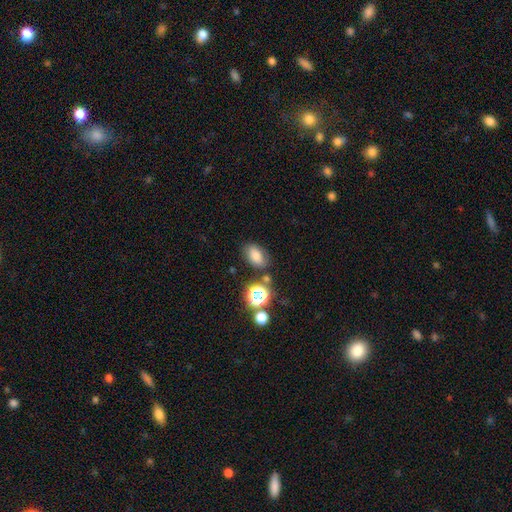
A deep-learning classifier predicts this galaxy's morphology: A smooth galaxy with no disk features (73%) that is in between round and cigar-shaped (83%). Merging: none (75%).